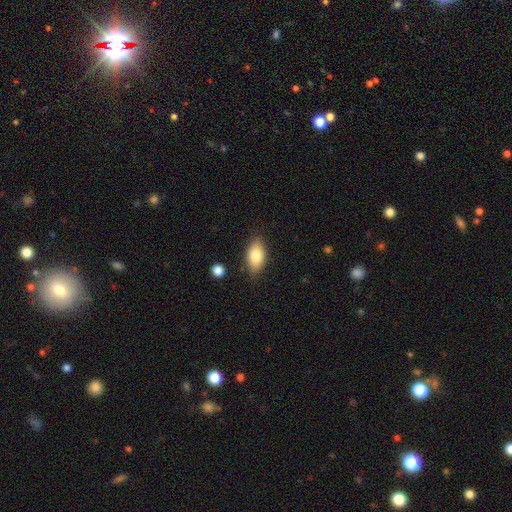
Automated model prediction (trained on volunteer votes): Morphology: type=smooth (80%); roundness=in between (91%); merging=none (82%).